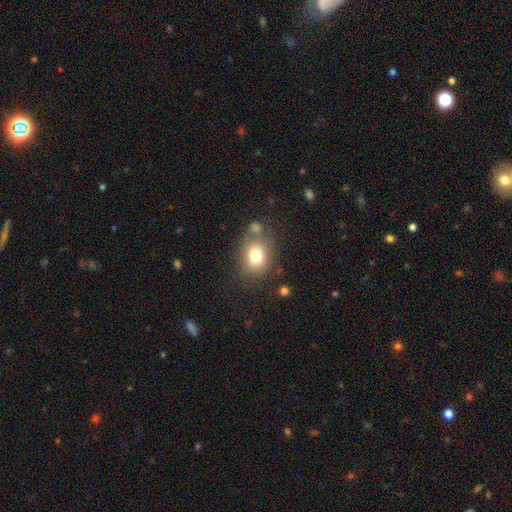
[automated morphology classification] type=smooth (77%); roundness=round (50%); merging=none (65%).